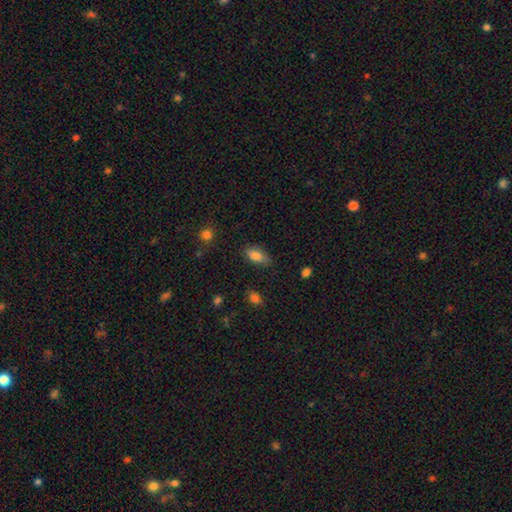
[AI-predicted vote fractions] Smooth or featured?
  - smooth: 83% *
  - featured or disk: 9%
  - star or artifact: 8%
How rounded?
  - in between: 88% *
  - cigar-shaped: 8%
  - round: 4%
Merging?
  - none: 68% *
  - minor disturbance: 25%
  - major disturbance: 5%
  - merger: 2%